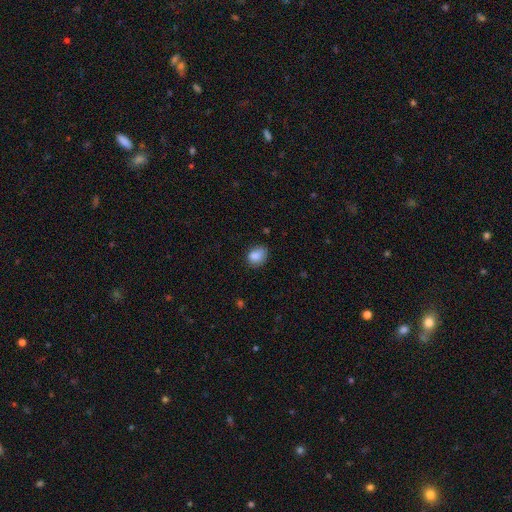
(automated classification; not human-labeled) smooth 85%, star or artifact 9%, featured or disk 6%. Down the decision tree: how rounded — in between (53%); merging — none (64%).